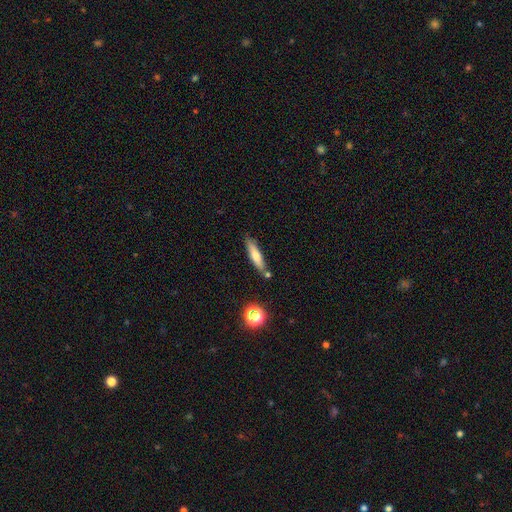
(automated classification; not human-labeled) smooth_or_featured: smooth (p=0.65) [alt: featured or disk p=0.28]
how_rounded: cigar-shaped (p=0.80) [alt: in between p=0.18]
merging: none (p=0.77) [alt: minor disturbance p=0.13]